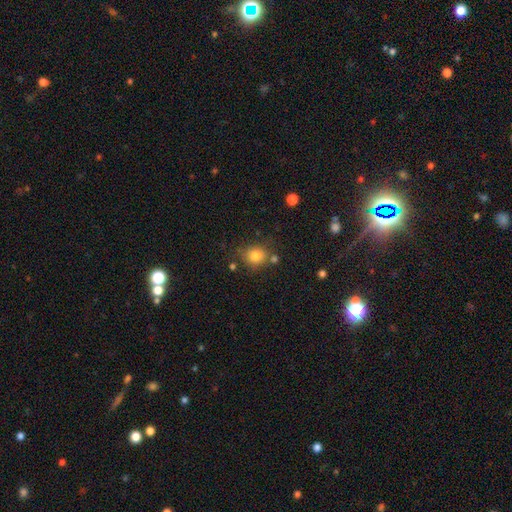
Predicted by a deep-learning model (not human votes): A smooth galaxy with no disk features (81%) that is round (77%).

Vote fractions:
- Smooth or featured? smooth: 81% / star or artifact: 11% / featured or disk: 8%
- How rounded? round: 77% / in between: 22% / cigar-shaped: 1%
- Merging? none: 72% / minor disturbance: 14% / merger: 10% / major disturbance: 4%